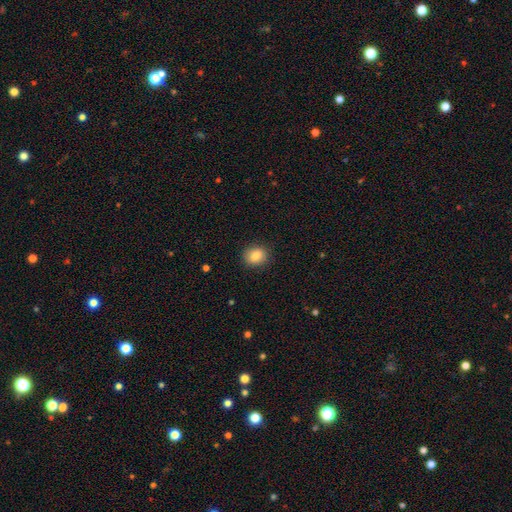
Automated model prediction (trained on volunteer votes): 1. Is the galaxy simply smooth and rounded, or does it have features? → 84% smooth, 9% star or artifact, 7% featured or disk.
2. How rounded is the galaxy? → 61% round, 38% in between, 1% cigar-shaped.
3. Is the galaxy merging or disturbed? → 87% none, 10% minor disturbance, 3% major disturbance, 1% merger.